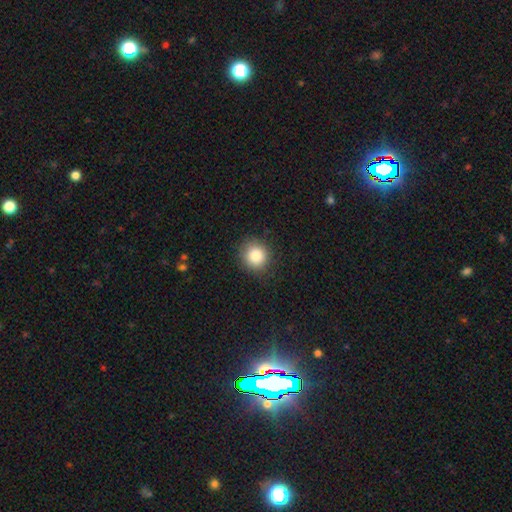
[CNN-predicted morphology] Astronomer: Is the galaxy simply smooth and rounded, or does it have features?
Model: smooth — 85%.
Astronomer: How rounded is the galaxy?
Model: round — 89%.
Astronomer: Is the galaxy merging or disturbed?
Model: none — 88%.